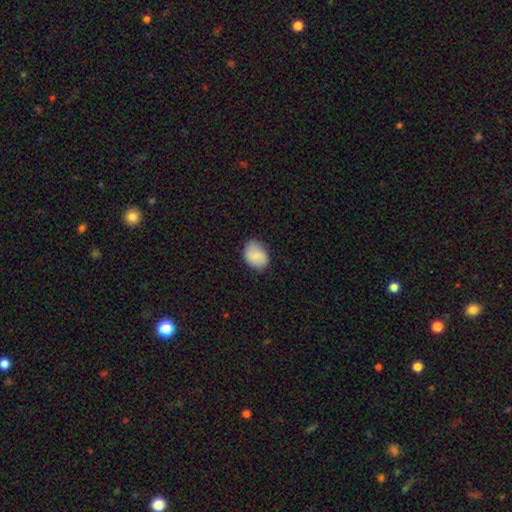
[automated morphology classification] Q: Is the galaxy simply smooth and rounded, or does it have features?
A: smooth — 87%.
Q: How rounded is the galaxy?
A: in between — 70%.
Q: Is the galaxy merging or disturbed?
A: none — 74%.